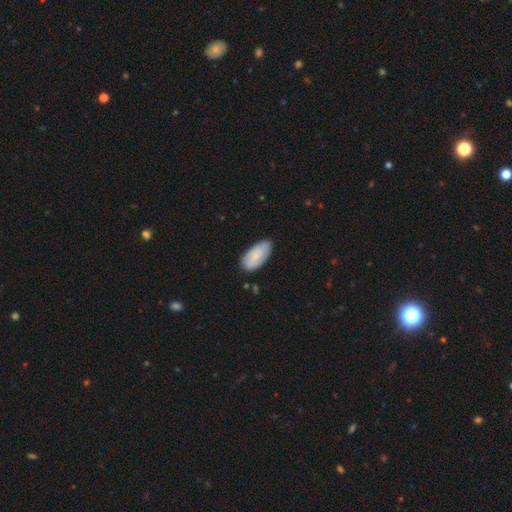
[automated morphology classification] smooth 74%, featured or disk 20%, star or artifact 6%. Down the decision tree: how rounded — in between (93%); merging — none (74%).